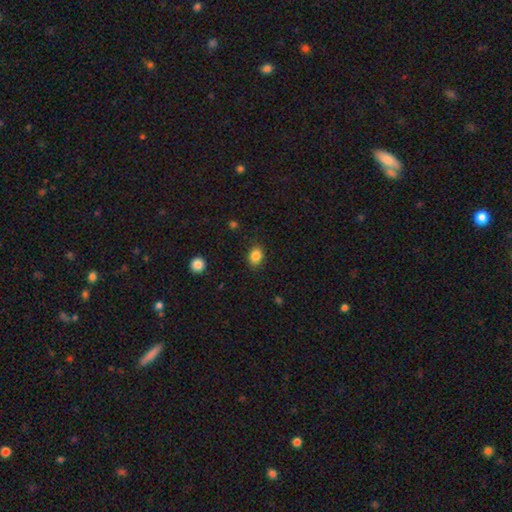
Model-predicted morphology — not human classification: This appears to be a smooth galaxy with no disk features (86%) that is in between round and cigar-shaped (60%). Merging: none (84%).